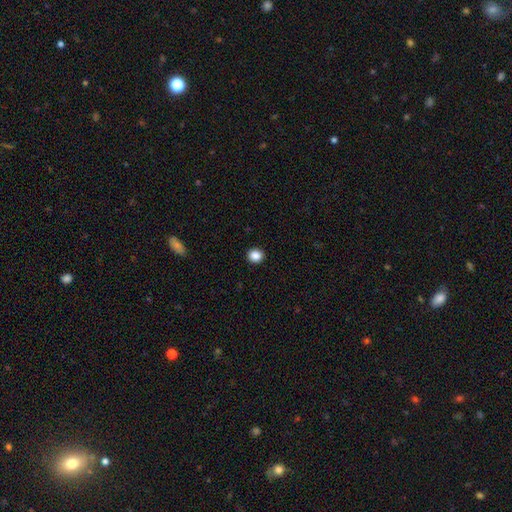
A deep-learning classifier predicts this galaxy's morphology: smooth-or-featured: smooth: 87% | star or artifact: 10% | featured or disk: 3%
  how-rounded: round: 83% | in between: 16% | cigar-shaped: 1%
  merging: none: 93% | minor disturbance: 5% | major disturbance: 2% | merger: 1%